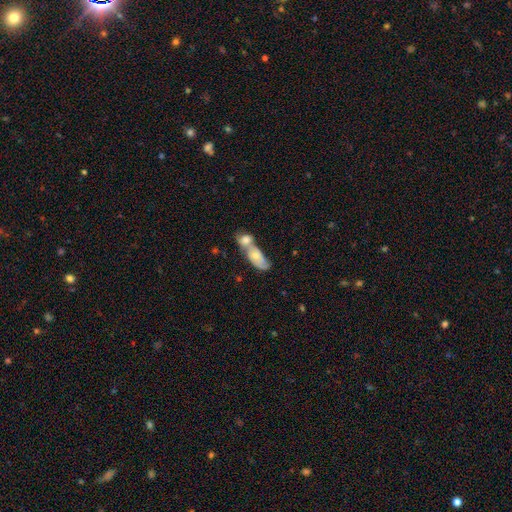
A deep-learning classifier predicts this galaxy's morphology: A smooth galaxy with no disk features (56%) that is in between round and cigar-shaped (79%).

Vote fractions:
- Smooth or featured? smooth: 56% / featured or disk: 36% / star or artifact: 7%
- How rounded? in between: 79% / cigar-shaped: 12% / round: 8%
- Merging? merger: 72% / none: 15% / minor disturbance: 8% / major disturbance: 5%